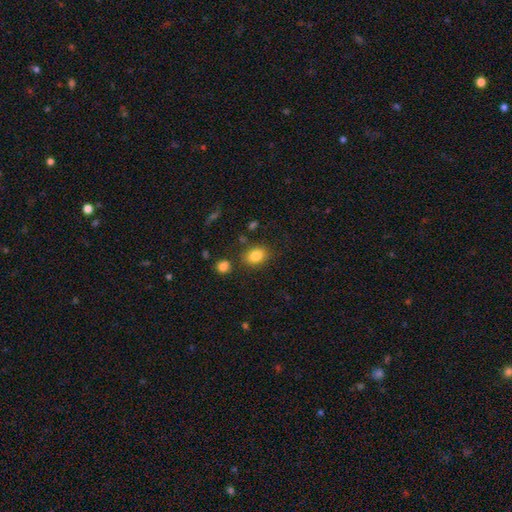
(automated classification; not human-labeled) Smooth or featured?
  - smooth: 84% *
  - star or artifact: 9%
  - featured or disk: 7%
How rounded?
  - in between: 71% *
  - round: 28%
  - cigar-shaped: 1%
Merging?
  - none: 79% *
  - minor disturbance: 12%
  - merger: 5%
  - major disturbance: 4%